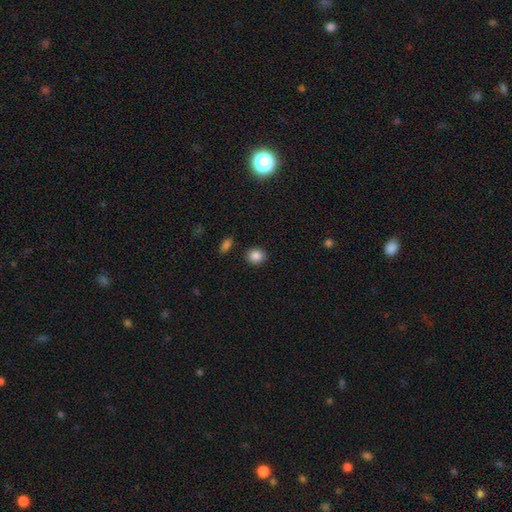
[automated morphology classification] A smooth galaxy with no disk features (87%) that is round (73%).

Vote fractions:
- Smooth or featured? smooth: 87% / star or artifact: 9% / featured or disk: 4%
- How rounded? round: 73% / in between: 26% / cigar-shaped: 1%
- Merging? none: 88% / minor disturbance: 7% / merger: 2% / major disturbance: 2%